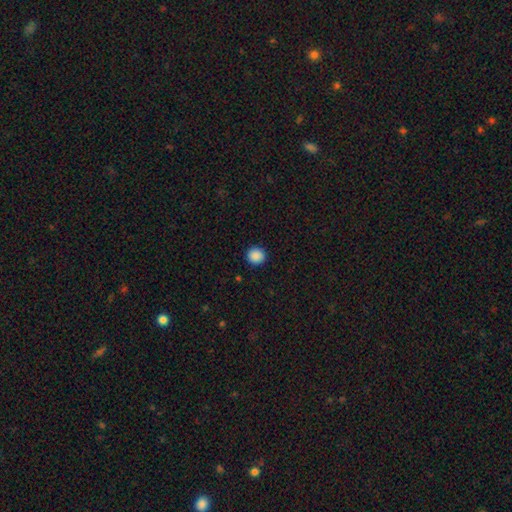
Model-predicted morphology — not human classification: This is clearly a smooth galaxy (89%). How rounded: clearly round (93%). Merging: clearly none (93%).